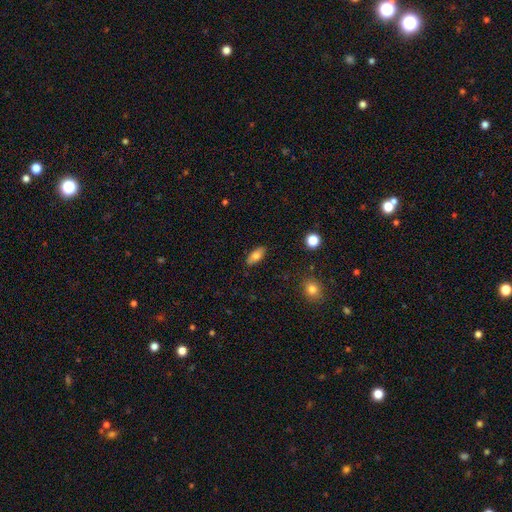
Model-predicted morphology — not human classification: type=smooth (78%); roundness=in between (86%); merging=none (87%).